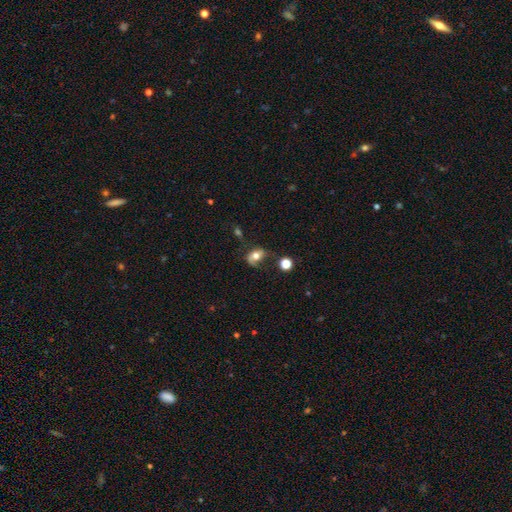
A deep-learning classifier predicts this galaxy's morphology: This is possibly a smooth galaxy (57%). How rounded: likely in between (74%). Merging: marginally none (39%).